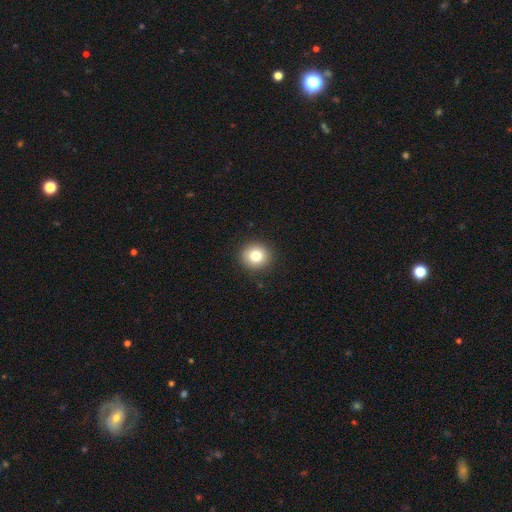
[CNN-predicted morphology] smooth 81%, star or artifact 11%, featured or disk 9%. Down the decision tree: how rounded — round (90%); merging — none (91%).